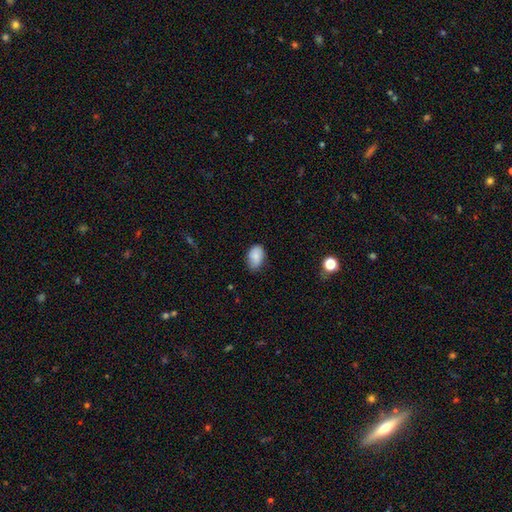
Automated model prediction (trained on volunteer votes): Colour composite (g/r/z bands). It shows a smooth galaxy with no disk features (82%) that is in between round and cigar-shaped (88%). Merging: none (69%).